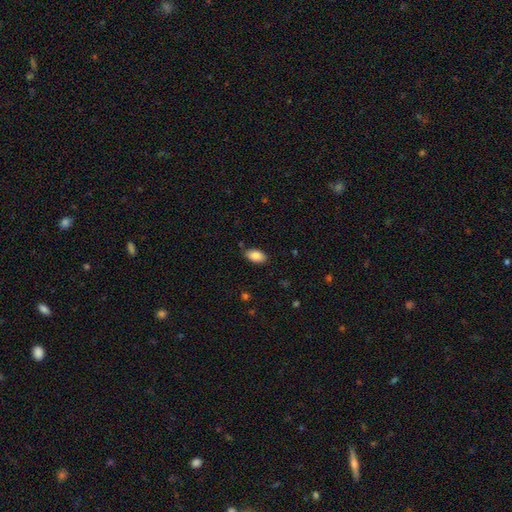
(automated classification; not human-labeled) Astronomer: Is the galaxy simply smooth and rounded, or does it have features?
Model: smooth — 87%.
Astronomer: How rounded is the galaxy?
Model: in between — 94%.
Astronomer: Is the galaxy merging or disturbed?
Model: none — 83%.